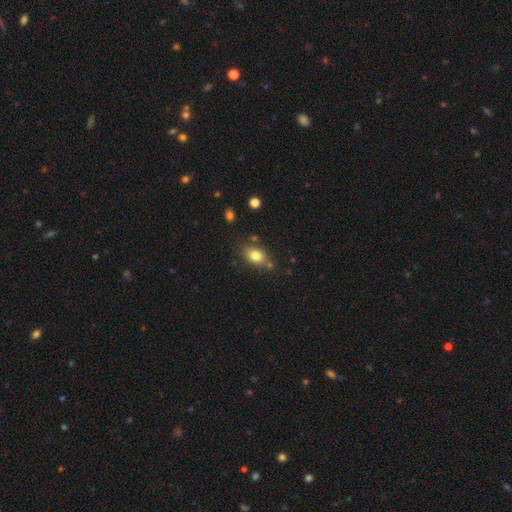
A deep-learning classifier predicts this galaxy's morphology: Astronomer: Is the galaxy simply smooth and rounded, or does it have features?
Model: smooth — 81%.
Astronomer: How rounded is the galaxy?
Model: in between — 74%.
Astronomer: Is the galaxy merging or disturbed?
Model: none — 71%.